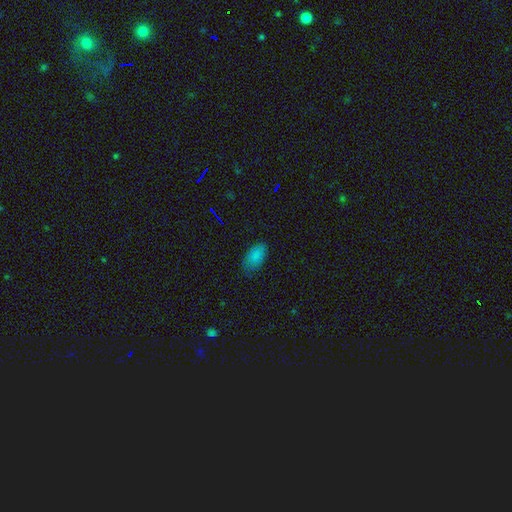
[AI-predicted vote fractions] smooth-or-featured: smooth: 84% | star or artifact: 10% | featured or disk: 5%
  how-rounded: in between: 93% | cigar-shaped: 3% | round: 3%
  merging: none: 75% | minor disturbance: 20% | major disturbance: 4% | merger: 1%